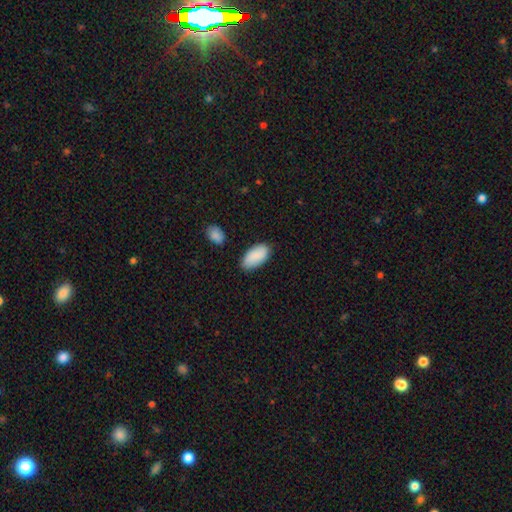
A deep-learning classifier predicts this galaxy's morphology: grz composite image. It shows a smooth galaxy with no disk features (89%) that is in between round and cigar-shaped (94%). Merging: none (81%).